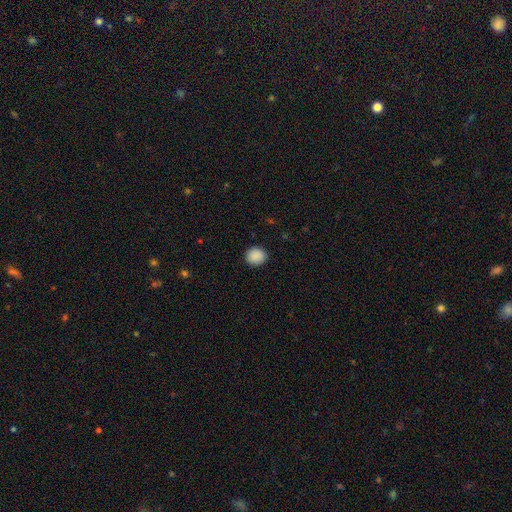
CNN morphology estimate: A smooth galaxy with no disk features (90%) that is round (79%).

Vote fractions:
- Smooth or featured? smooth: 90% / star or artifact: 8% / featured or disk: 3%
- How rounded? round: 79% / in between: 20% / cigar-shaped: 1%
- Merging? none: 89% / minor disturbance: 8% / major disturbance: 2% / merger: 1%